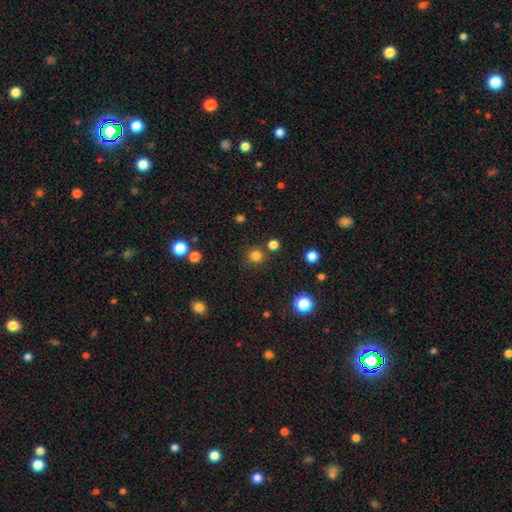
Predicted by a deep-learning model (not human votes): This is clearly a smooth galaxy (80%). How rounded: clearly round (92%). Merging: clearly none (83%).